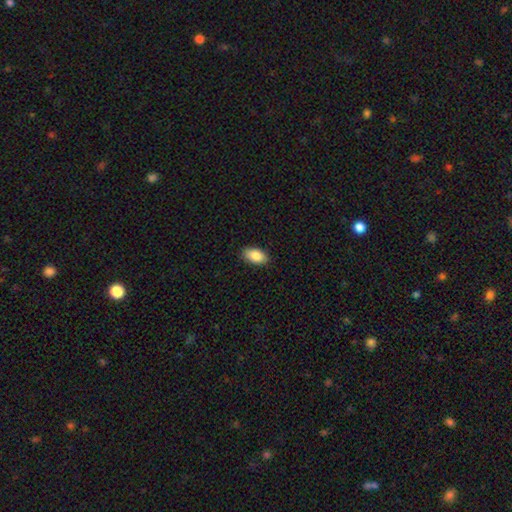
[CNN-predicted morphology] The model was most divided on "merging": none: 87%, minor disturbance: 10%, major disturbance: 2%, merger: 1%. More confident: how rounded — in between (94%); smooth or featured — smooth (89%).